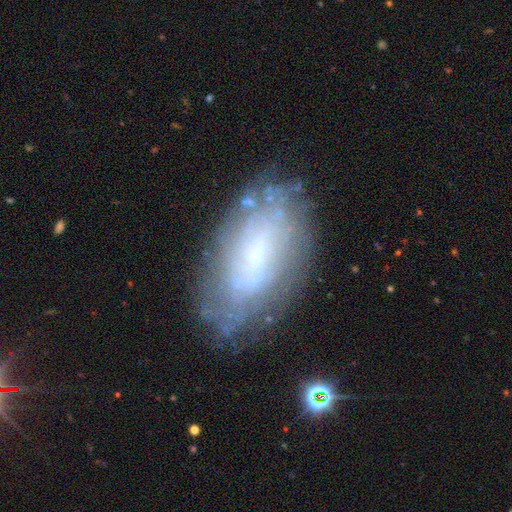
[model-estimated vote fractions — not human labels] This appears to be a featured or disk galaxy (64%) with no bar (55%), spiral arms (67%) and a small central bulge (79%). Merging: none (73%).